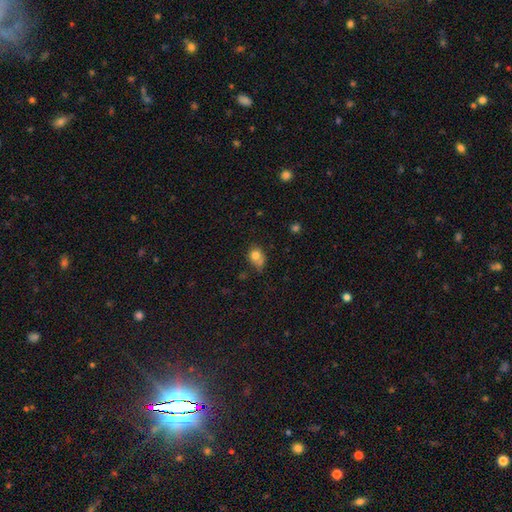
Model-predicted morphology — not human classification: This appears to be a smooth galaxy with no disk features (77%) that is round (58%). Merging: none (41%).